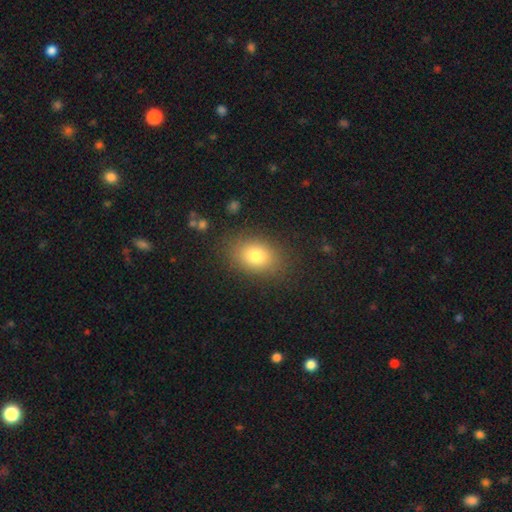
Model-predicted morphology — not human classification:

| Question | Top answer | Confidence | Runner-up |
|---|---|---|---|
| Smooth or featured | smooth | 79% | star or artifact (11%) |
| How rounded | in between | 70% | round (28%) |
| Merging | none | 85% | minor disturbance (10%) |